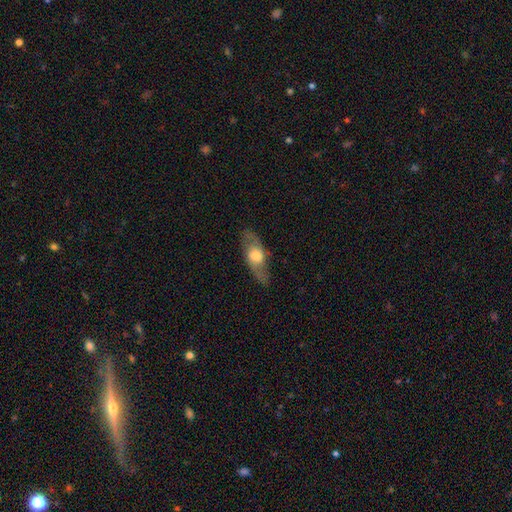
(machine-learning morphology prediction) Overall: featured or disk (52%; smooth 42%). Edge-on disk: no (61%; yes 39%). Merging: none (79%).